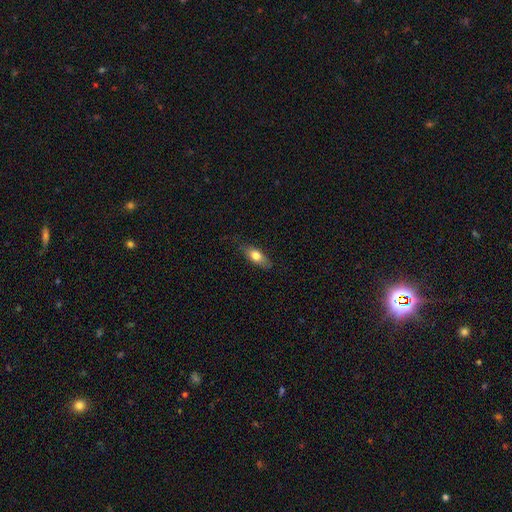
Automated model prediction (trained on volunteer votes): Smooth or featured: smooth — 71% (featured or disk — 22%)
How rounded: in between — 74% (cigar-shaped — 22%)
Merging: none — 78% (minor disturbance — 18%)